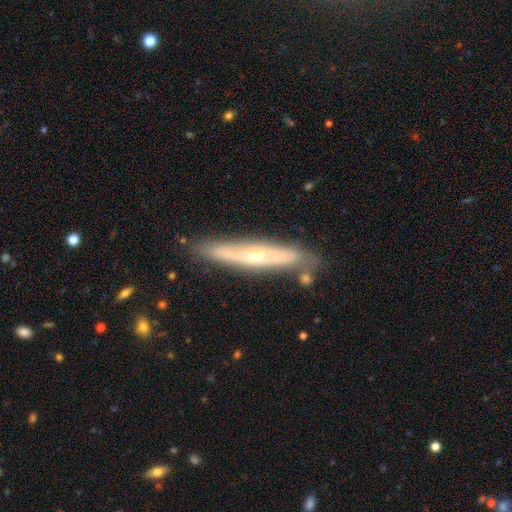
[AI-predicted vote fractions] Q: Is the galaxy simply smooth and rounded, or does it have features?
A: featured or disk — 63%.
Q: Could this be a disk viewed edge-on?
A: yes — 73%.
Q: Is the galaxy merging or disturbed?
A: none — 77%.